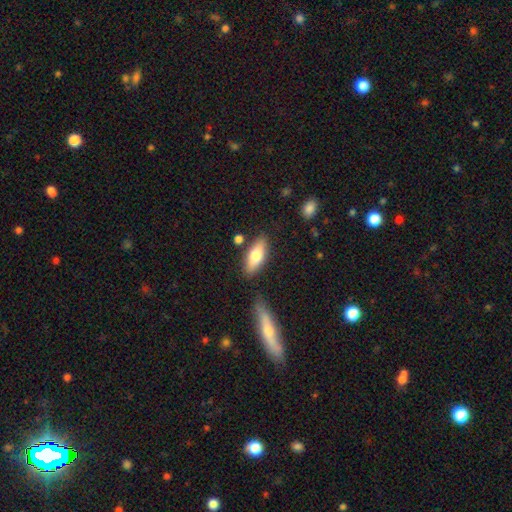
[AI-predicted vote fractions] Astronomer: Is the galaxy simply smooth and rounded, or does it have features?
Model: smooth — 73%.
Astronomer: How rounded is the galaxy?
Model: in between — 73%.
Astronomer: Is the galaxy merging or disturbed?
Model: none — 79%.